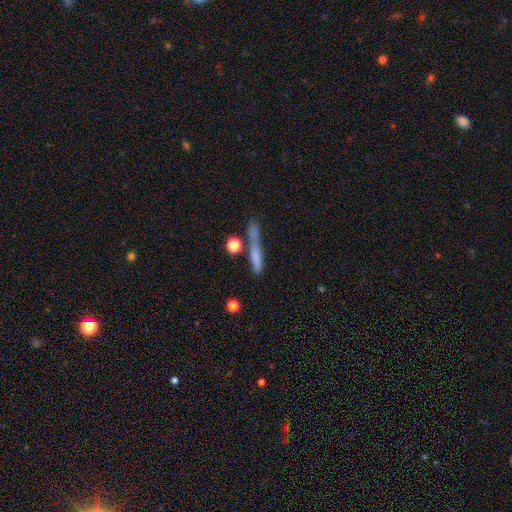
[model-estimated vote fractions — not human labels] Morphology: type=smooth (64%); roundness=cigar-shaped (84%); merging=none (54%).